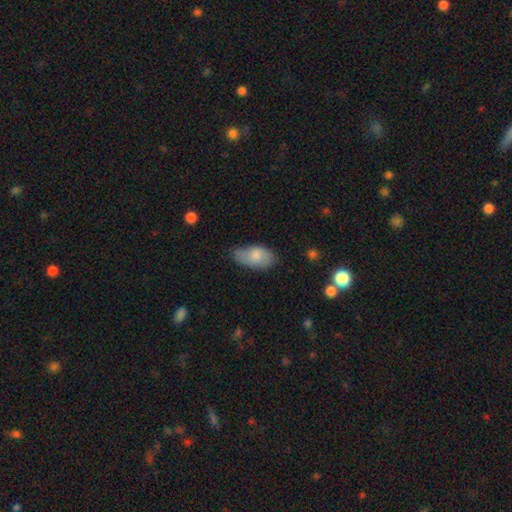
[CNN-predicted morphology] Q: Smooth or featured?
A: smooth (78%); runner-up: featured or disk (15%)
Q: How rounded?
A: in between (94%); runner-up: round (4%)
Q: Merging?
A: none (59%); runner-up: minor disturbance (32%)